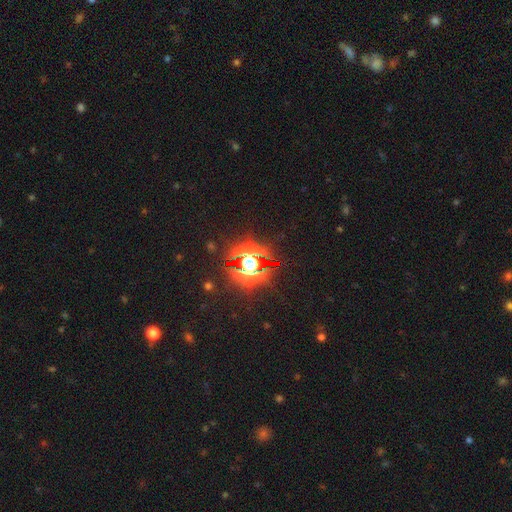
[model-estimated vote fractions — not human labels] Q: Smooth or featured?
A: star or artifact (73%); runner-up: smooth (17%)